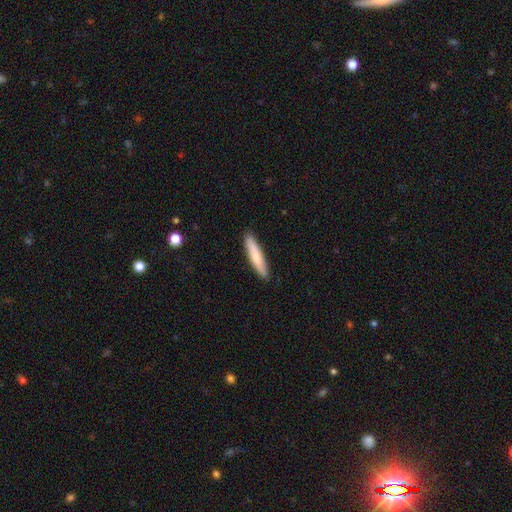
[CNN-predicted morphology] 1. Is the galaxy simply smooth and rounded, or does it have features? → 72% smooth, 23% featured or disk, 5% star or artifact.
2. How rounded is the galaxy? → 89% cigar-shaped, 10% in between, 1% round.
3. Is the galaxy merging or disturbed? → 90% none, 7% minor disturbance, 1% major disturbance, 1% merger.